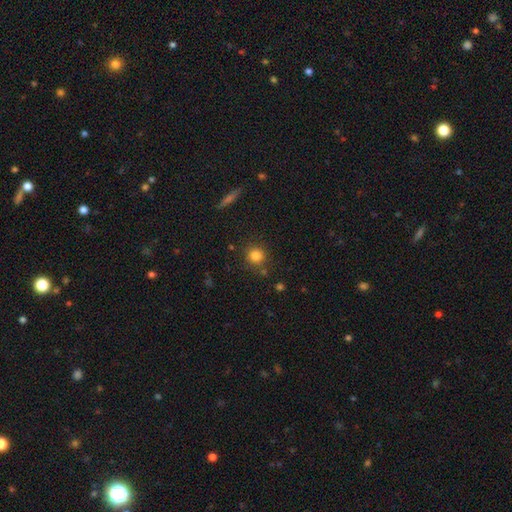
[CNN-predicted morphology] This appears to be a smooth galaxy with no disk features (83%) that is round (91%). Merging: none (82%).